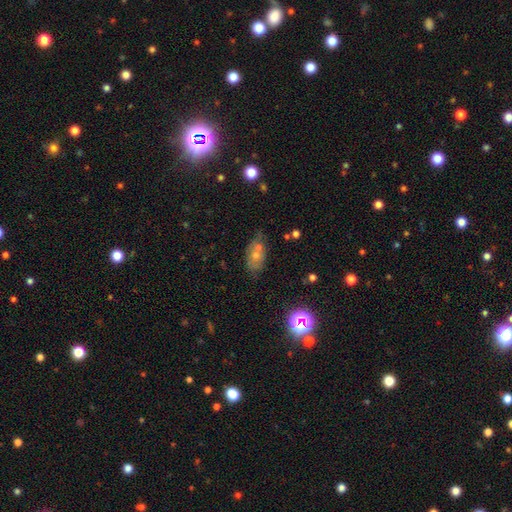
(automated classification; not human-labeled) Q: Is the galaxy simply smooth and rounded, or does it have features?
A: smooth — 46%.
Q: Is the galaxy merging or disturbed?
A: none — 56%.